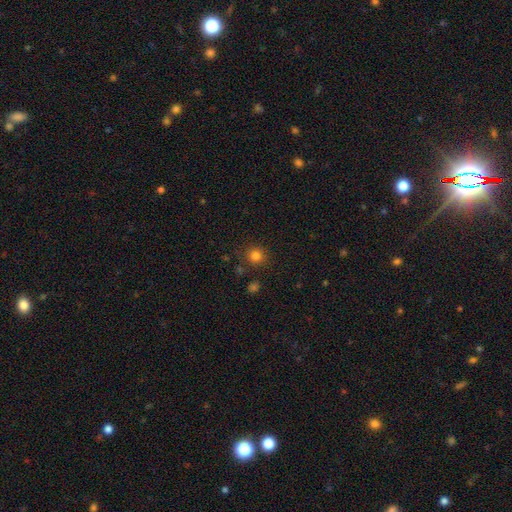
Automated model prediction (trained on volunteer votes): smooth_or_featured: smooth (p=0.81) [alt: star or artifact p=0.14]
how_rounded: round (p=0.91) [alt: in between p=0.08]
merging: none (p=0.85) [alt: minor disturbance p=0.09]